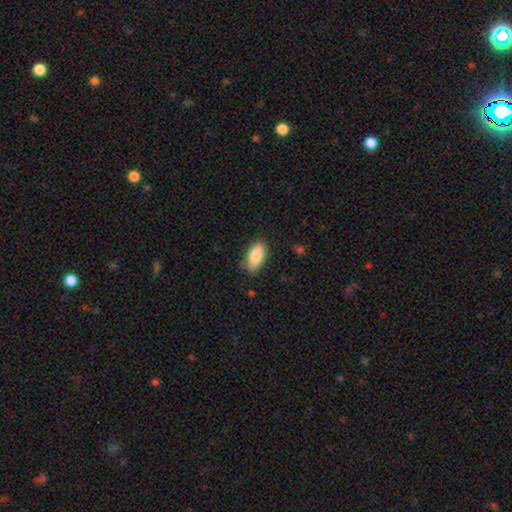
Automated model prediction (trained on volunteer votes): The model was most divided on "merging": none: 81%, minor disturbance: 14%, major disturbance: 3%, merger: 1%. More confident: how rounded — in between (90%); smooth or featured — smooth (86%).